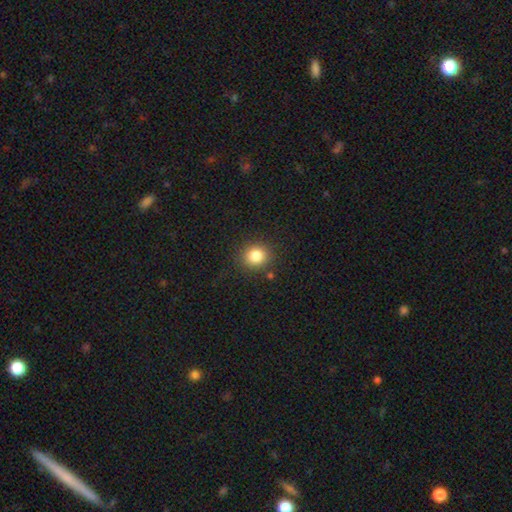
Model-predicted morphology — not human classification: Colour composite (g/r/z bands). It shows a smooth galaxy with no disk features (83%) that is round (83%). Merging: none (87%).